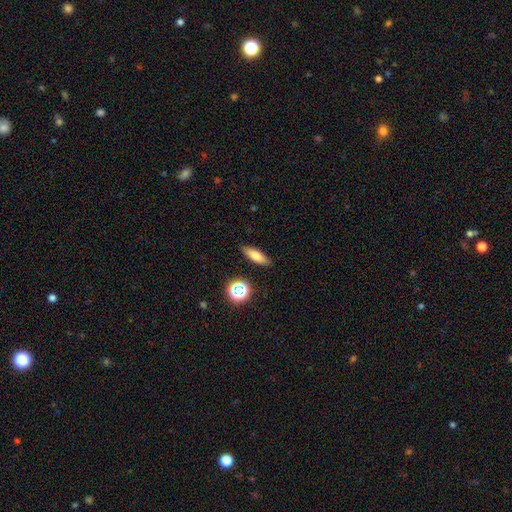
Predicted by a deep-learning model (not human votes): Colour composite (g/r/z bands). It shows a smooth galaxy with no disk features (71%) that is in between round and cigar-shaped (49%). Merging: none (87%).